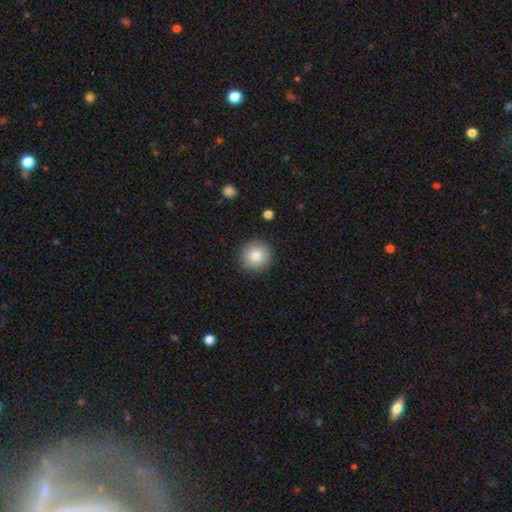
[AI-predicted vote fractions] This is clearly a smooth galaxy (83%). How rounded: clearly round (94%). Merging: clearly none (90%).